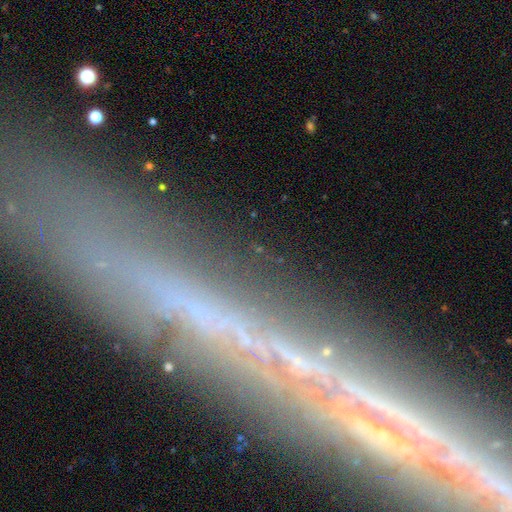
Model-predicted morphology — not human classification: type=featured or disk (46%); merging=none (79%).